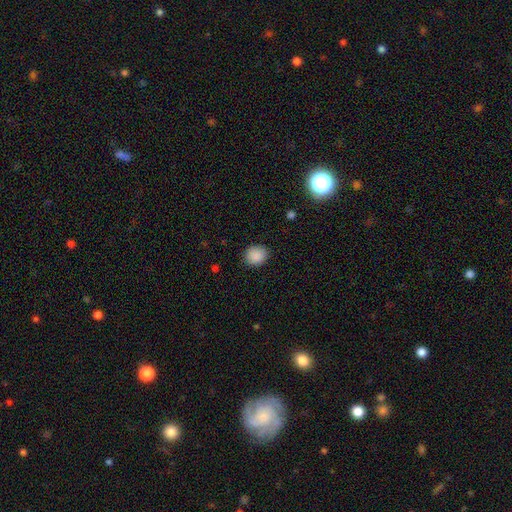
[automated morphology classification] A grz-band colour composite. It shows a smooth galaxy with no disk features (89%) that is round (77%). Merging: none (87%).